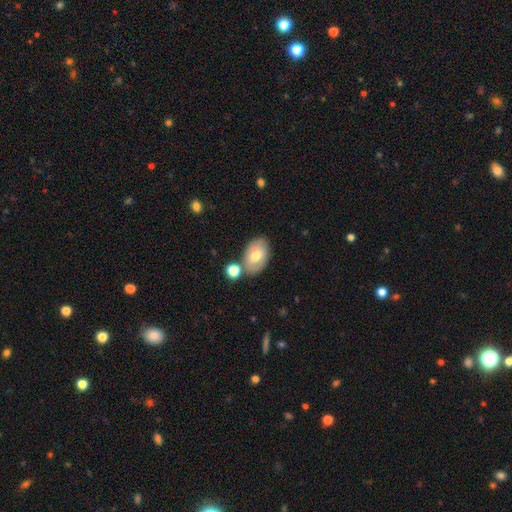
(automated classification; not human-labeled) A smooth galaxy with no disk features (63%) that is in between round and cigar-shaped (87%). Merging: none (66%).